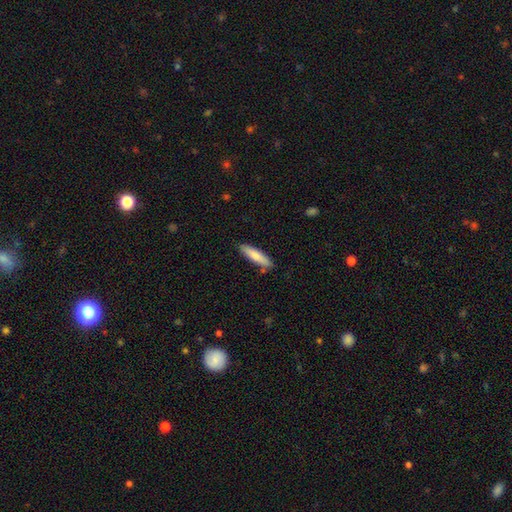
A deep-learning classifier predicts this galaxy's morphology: smooth 76%, featured or disk 19%, star or artifact 6%. Down the decision tree: how rounded — cigar-shaped (74%); merging — none (84%).